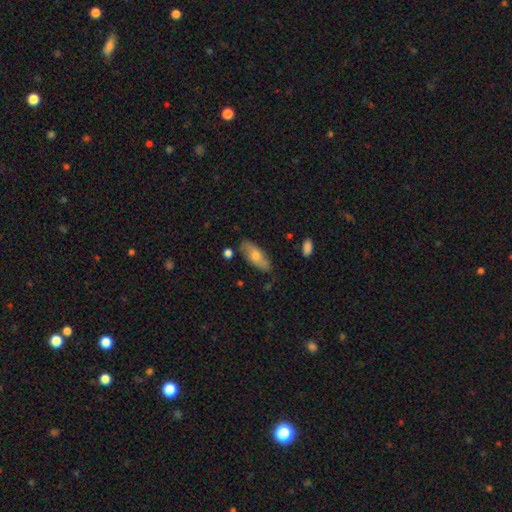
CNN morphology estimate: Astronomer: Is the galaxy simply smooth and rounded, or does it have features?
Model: smooth — 63%.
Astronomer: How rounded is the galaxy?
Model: in between — 76%.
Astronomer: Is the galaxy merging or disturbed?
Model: none — 80%.